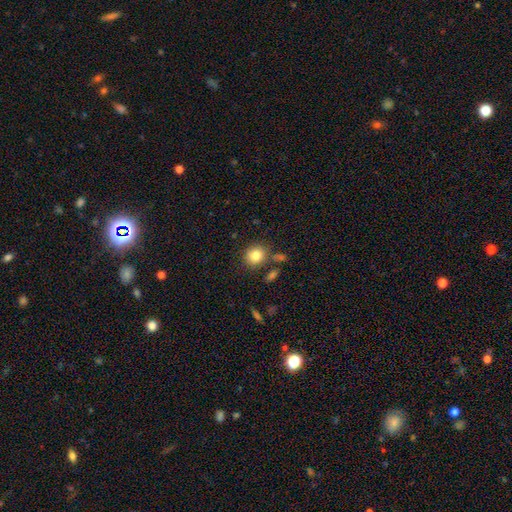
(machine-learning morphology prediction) Smooth or featured: smooth — 83% (star or artifact — 10%)
How rounded: round — 78% (in between — 21%)
Merging: none — 78% (minor disturbance — 11%)